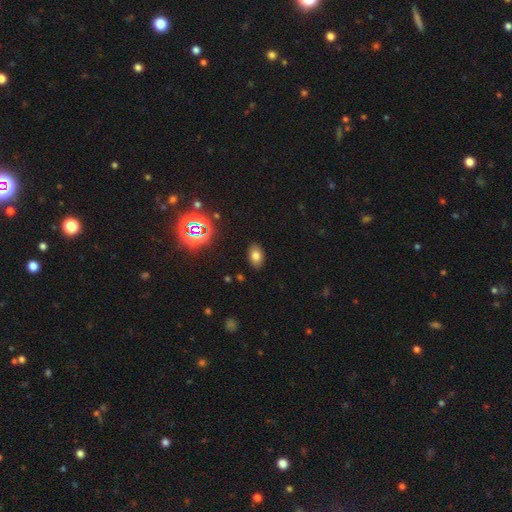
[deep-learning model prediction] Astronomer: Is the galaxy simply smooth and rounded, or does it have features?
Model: smooth — 73%.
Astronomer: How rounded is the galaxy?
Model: in between — 85%.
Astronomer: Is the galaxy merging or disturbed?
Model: none — 87%.